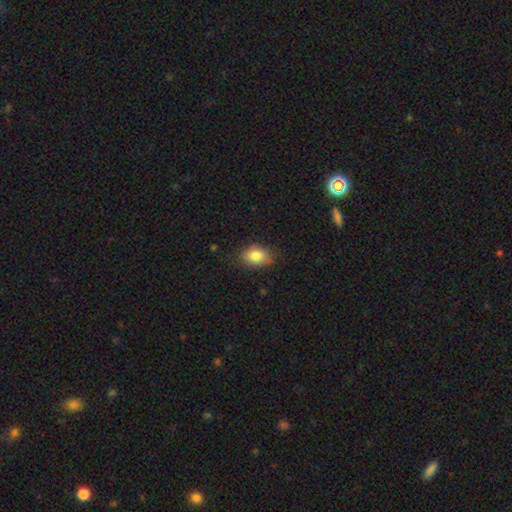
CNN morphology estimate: A smooth galaxy with no disk features (84%) that is in between round and cigar-shaped (75%).

Vote fractions:
- Smooth or featured? smooth: 84% / star or artifact: 8% / featured or disk: 8%
- How rounded? in between: 75% / round: 23% / cigar-shaped: 1%
- Merging? none: 78% / minor disturbance: 18% / major disturbance: 3% / merger: 1%